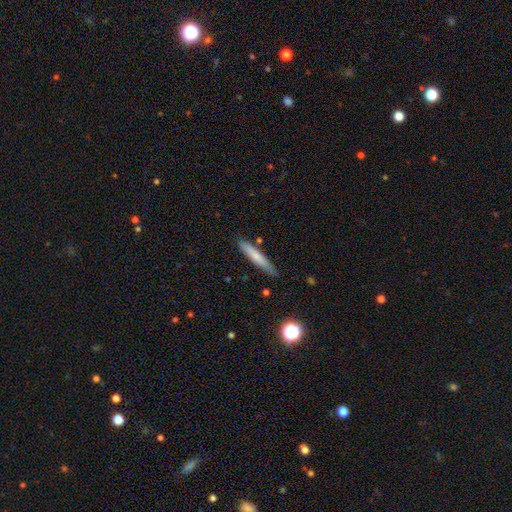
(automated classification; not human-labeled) Smooth or featured? Predicted: smooth (p=0.69). How rounded? Predicted: cigar-shaped (p=0.92). Merging? Predicted: none (p=0.80).